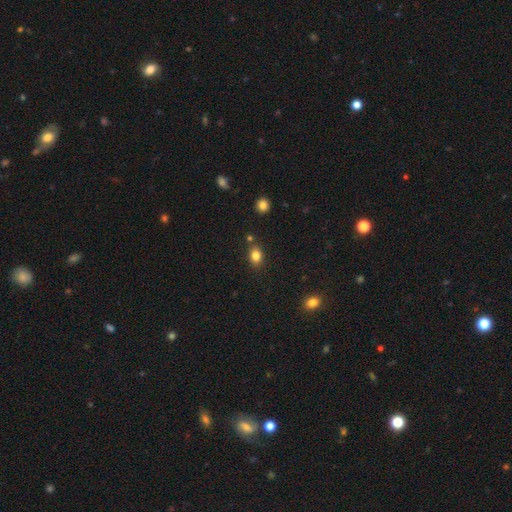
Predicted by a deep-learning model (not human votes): Smooth or featured? smooth (82%)
How rounded? in between (63%)
Merging? none (79%)